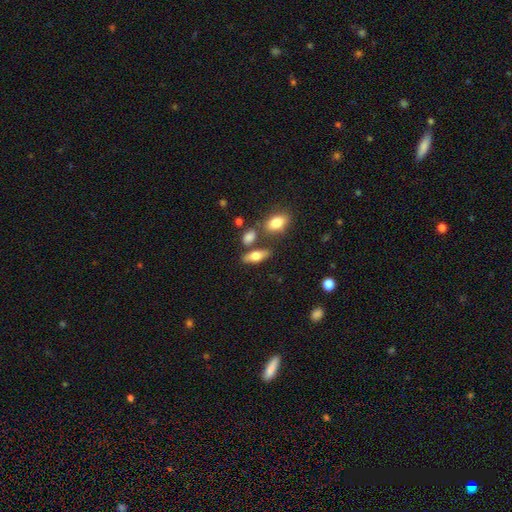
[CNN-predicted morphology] The model was most divided on "smooth or featured": smooth: 67%, featured or disk: 25%, star or artifact: 8%. More confident: how rounded — in between (70%); merging — none (69%).